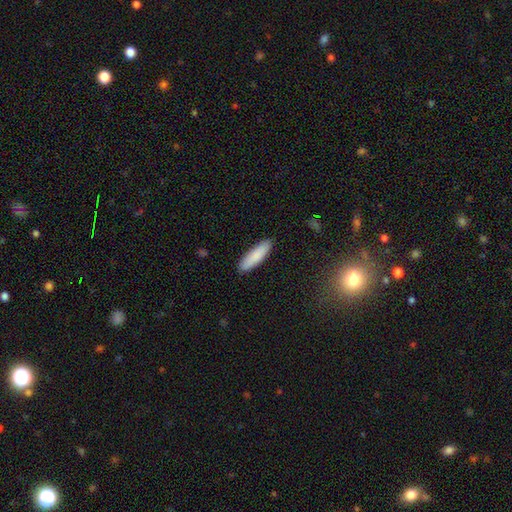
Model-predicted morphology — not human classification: This is clearly a smooth galaxy (87%). How rounded: likely cigar-shaped (64%). Merging: clearly none (90%).